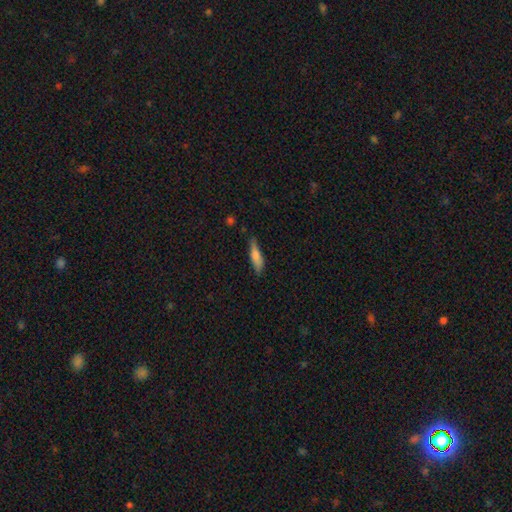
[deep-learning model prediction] Q: Smooth or featured?
A: smooth (70%); runner-up: featured or disk (23%)
Q: How rounded?
A: cigar-shaped (69%); runner-up: in between (29%)
Q: Merging?
A: none (69%); runner-up: minor disturbance (23%)